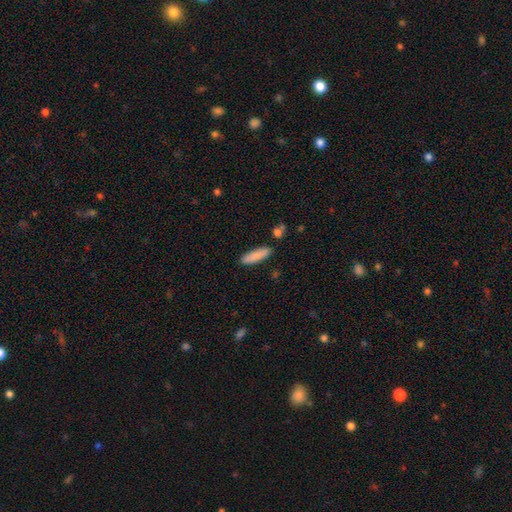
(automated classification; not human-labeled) Q: Smooth or featured?
A: smooth (86%); runner-up: featured or disk (7%)
Q: How rounded?
A: cigar-shaped (61%); runner-up: in between (38%)
Q: Merging?
A: none (87%); runner-up: minor disturbance (9%)